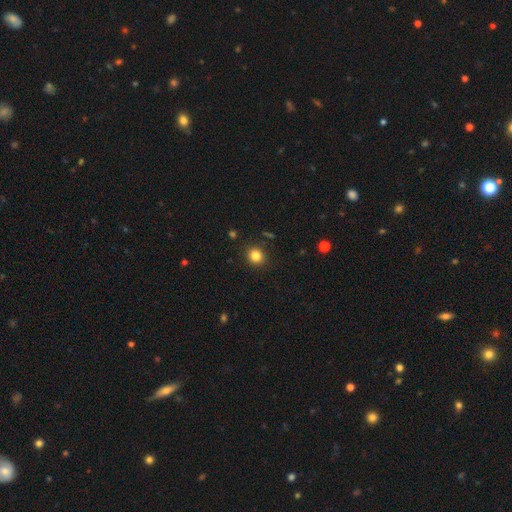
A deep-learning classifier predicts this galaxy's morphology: smooth_or_featured: smooth (p=0.83) [alt: star or artifact p=0.12]
how_rounded: round (p=0.86) [alt: in between p=0.13]
merging: none (p=0.90) [alt: minor disturbance p=0.07]